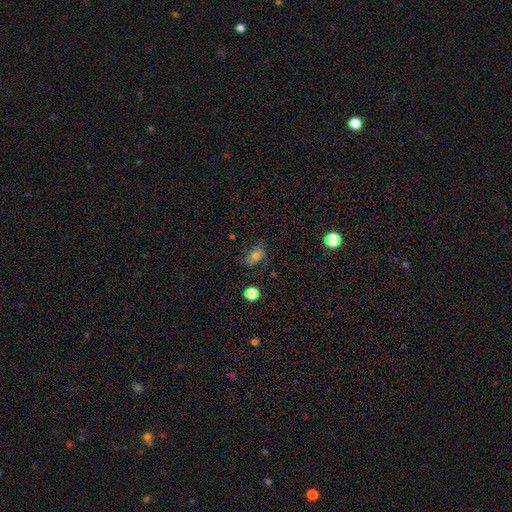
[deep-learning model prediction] Smooth or featured? smooth (66%)
How rounded? in between (78%)
Merging? none (66%)